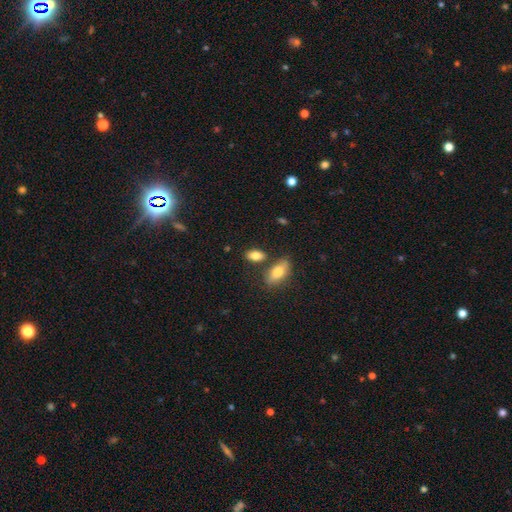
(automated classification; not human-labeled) Morphology: type=smooth (82%); roundness=in between (88%); merging=none (73%).